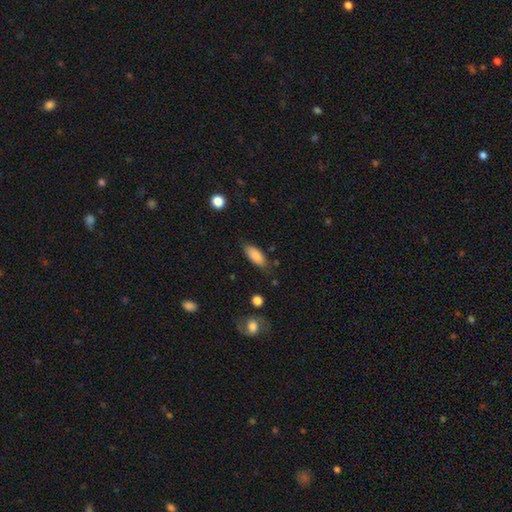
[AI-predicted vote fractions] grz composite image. It shows a smooth galaxy with no disk features (85%) that is in between round and cigar-shaped (82%). Merging: none (76%).